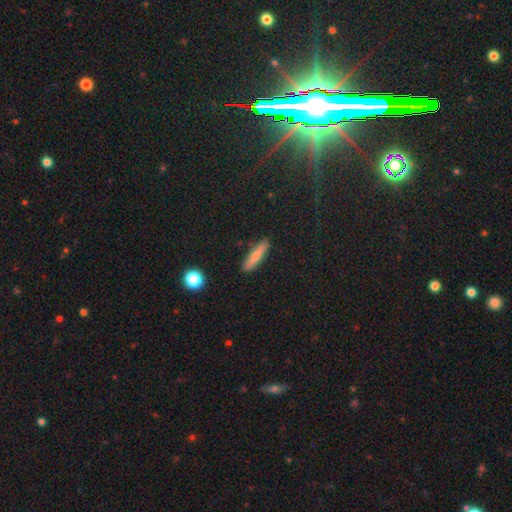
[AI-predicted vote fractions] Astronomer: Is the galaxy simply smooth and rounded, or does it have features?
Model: smooth — 69%.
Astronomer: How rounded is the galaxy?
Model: cigar-shaped — 81%.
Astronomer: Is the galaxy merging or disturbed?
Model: none — 88%.